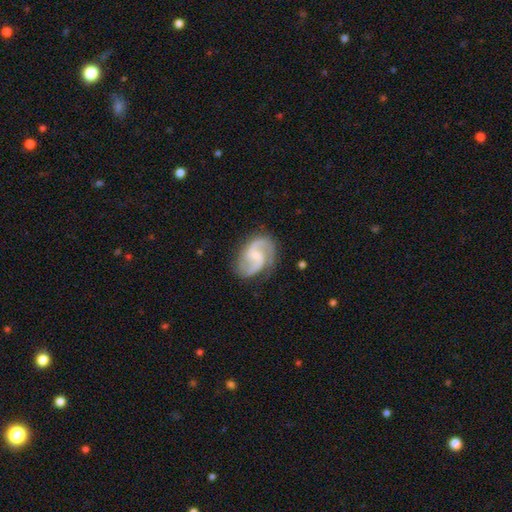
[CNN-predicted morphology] This appears to be a featured or disk galaxy (89%) with a weak bar (52%), 2 (91%) medium (54%) spiral arms (98%) and a small central bulge (55%). Merging: none (76%).